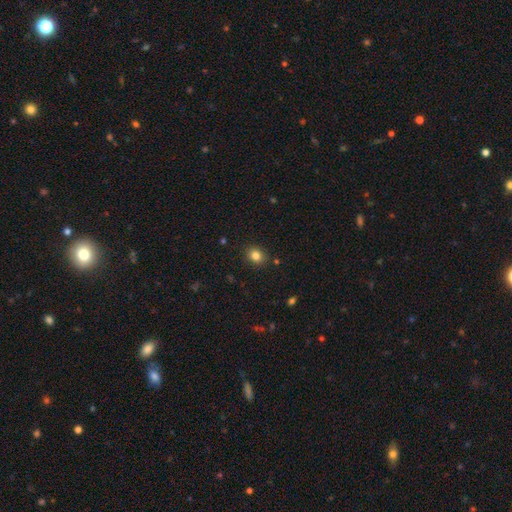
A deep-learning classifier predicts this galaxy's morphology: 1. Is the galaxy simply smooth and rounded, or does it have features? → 83% smooth, 12% star or artifact, 6% featured or disk.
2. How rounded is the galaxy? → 60% round, 39% in between, 1% cigar-shaped.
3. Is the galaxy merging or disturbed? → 87% none, 8% minor disturbance, 2% major disturbance, 2% merger.